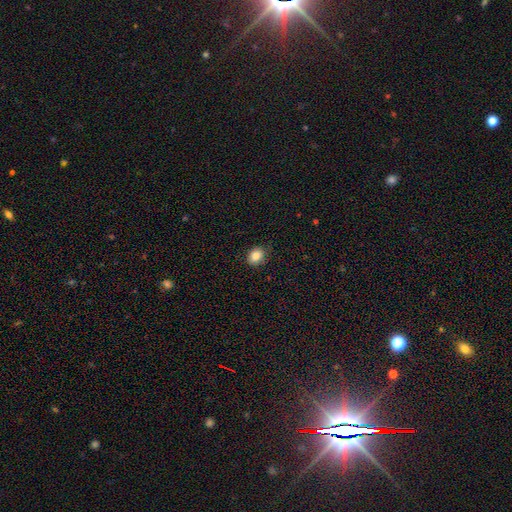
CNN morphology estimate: The model was most divided on "how rounded": round: 50%, in between: 49%, cigar-shaped: 1%. More confident: smooth or featured — smooth (86%); merging — none (82%).